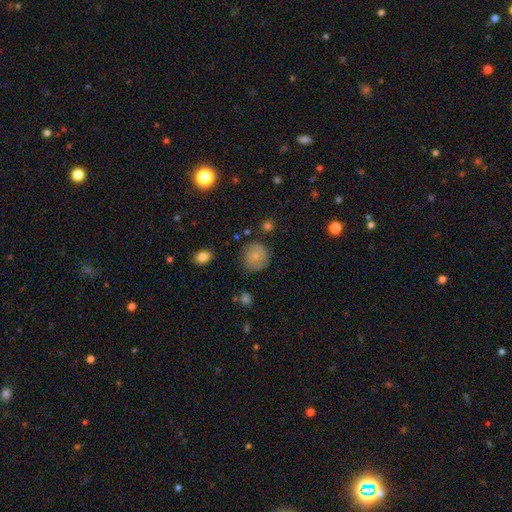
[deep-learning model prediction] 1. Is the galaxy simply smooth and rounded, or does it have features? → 64% smooth, 27% featured or disk, 9% star or artifact.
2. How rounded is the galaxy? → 89% round, 10% in between, 1% cigar-shaped.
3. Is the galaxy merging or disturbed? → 77% none, 16% minor disturbance, 5% major disturbance, 2% merger.